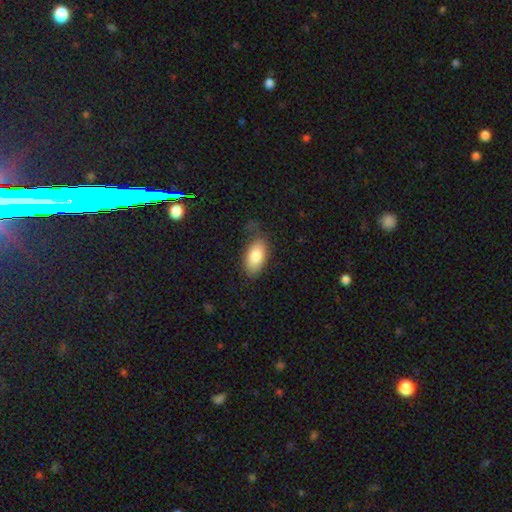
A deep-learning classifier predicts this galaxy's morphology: Smooth or featured? smooth (81%)
How rounded? in between (93%)
Merging? none (62%)